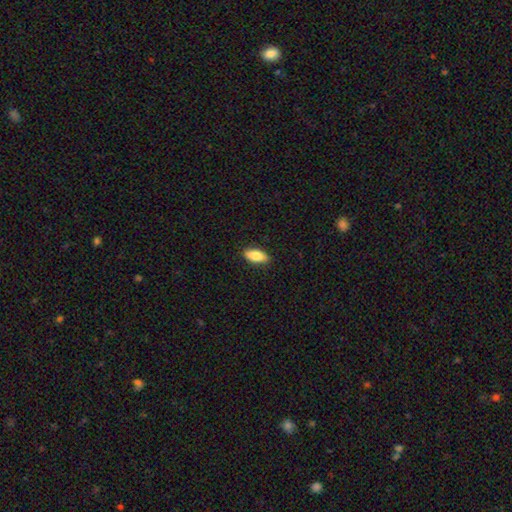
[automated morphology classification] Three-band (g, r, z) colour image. It shows a smooth galaxy with no disk features (85%) that is in between round and cigar-shaped (84%). Merging: none (89%).